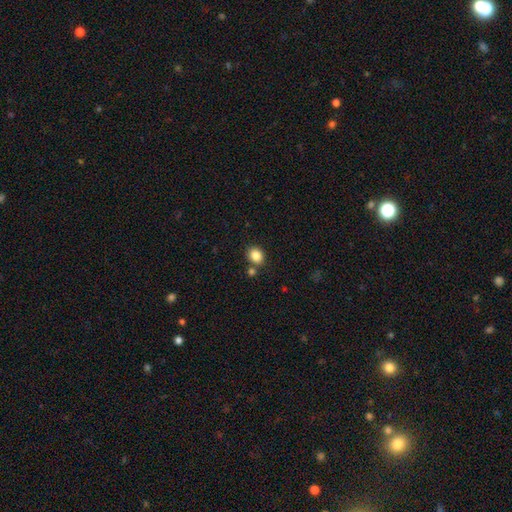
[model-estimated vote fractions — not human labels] Morphology: type=smooth (85%); roundness=round (56%); merging=none (76%).